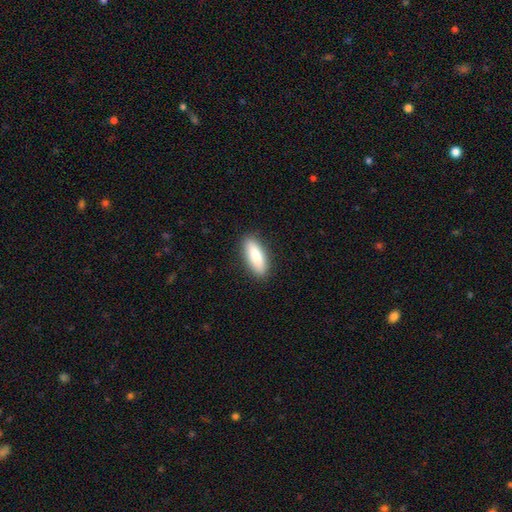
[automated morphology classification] The model was most divided on "how rounded": in between: 60%, cigar-shaped: 38%, round: 2%. More confident: merging — none (89%); smooth or featured — smooth (84%).